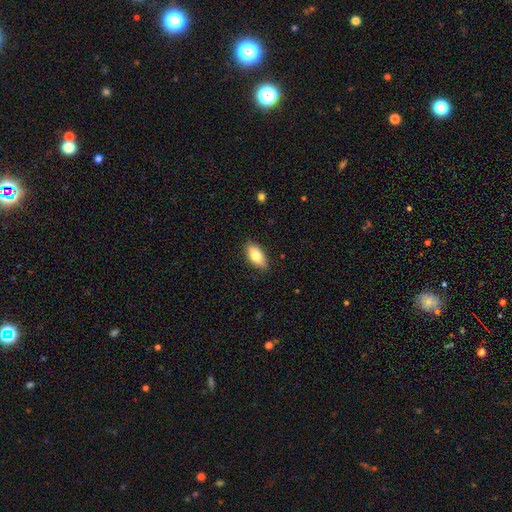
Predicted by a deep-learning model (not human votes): A smooth galaxy with no disk features (79%) that is in between round and cigar-shaped (91%).

Vote fractions:
- Smooth or featured? smooth: 79% / featured or disk: 15% / star or artifact: 7%
- How rounded? in between: 91% / cigar-shaped: 6% / round: 3%
- Merging? none: 86% / minor disturbance: 11% / major disturbance: 2% / merger: 1%